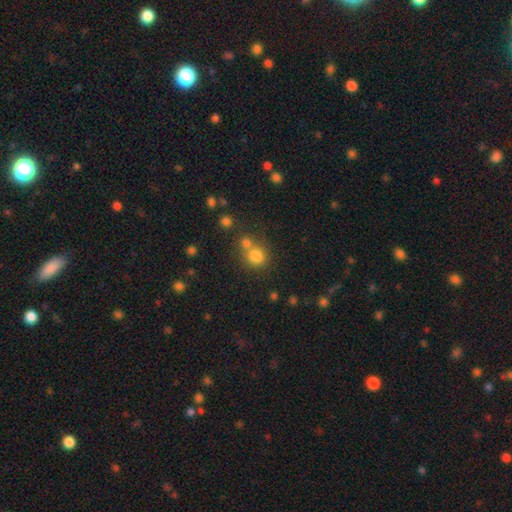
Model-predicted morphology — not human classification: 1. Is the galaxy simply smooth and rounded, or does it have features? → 79% smooth, 13% star or artifact, 8% featured or disk.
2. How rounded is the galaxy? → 85% round, 14% in between, 1% cigar-shaped.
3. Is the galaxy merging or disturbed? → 54% none, 34% merger, 8% minor disturbance, 4% major disturbance.